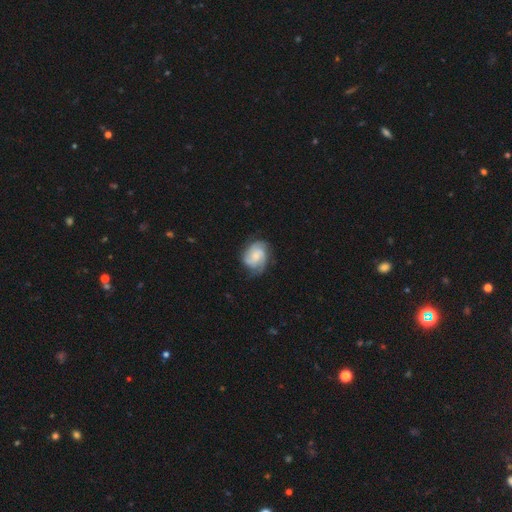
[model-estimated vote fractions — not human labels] smooth_or_featured: featured or disk (p=0.70) [alt: smooth p=0.23]
disk_edge_on: no (p=0.98) [alt: yes p=0.02]
bar: no (p=0.57) [alt: weak p=0.36]
has_spiral_arms: yes (p=0.95) [alt: no p=0.05]
spiral_winding: tight (p=0.44) [alt: medium p=0.42]
spiral_arm_count: 2 (p=0.37) [alt: 3 p=0.35]
bulge_size: small (p=0.42) [alt: moderate p=0.35]
merging: none (p=0.68) [alt: minor disturbance p=0.22]